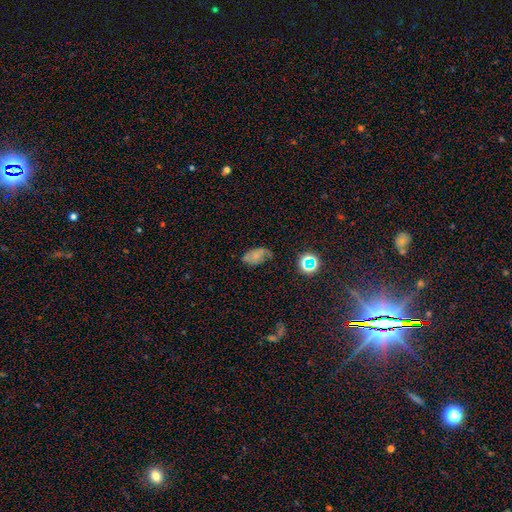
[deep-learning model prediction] Overall: smooth (59%; featured or disk 25%). How rounded: in between (90%). Merging: none (54%; minor disturbance 32%).